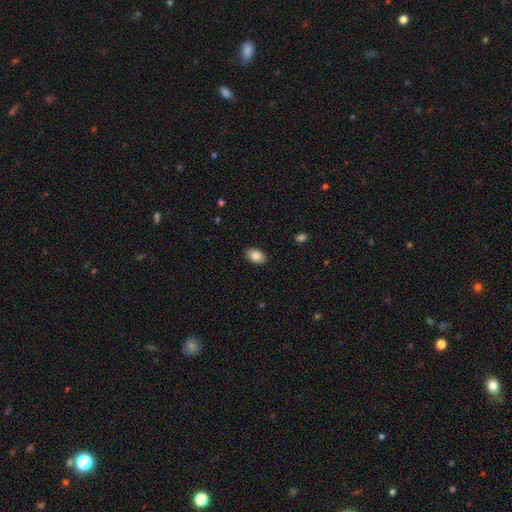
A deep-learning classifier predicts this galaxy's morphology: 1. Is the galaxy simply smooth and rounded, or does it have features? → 85% smooth, 8% featured or disk, 7% star or artifact.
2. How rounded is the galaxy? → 89% in between, 9% round, 1% cigar-shaped.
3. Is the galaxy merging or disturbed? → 88% none, 9% minor disturbance, 2% major disturbance, 1% merger.